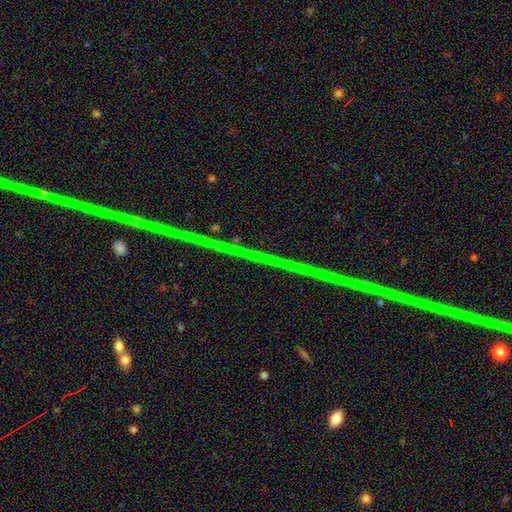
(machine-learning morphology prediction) star or artifact 78%, featured or disk 14%, smooth 7%.